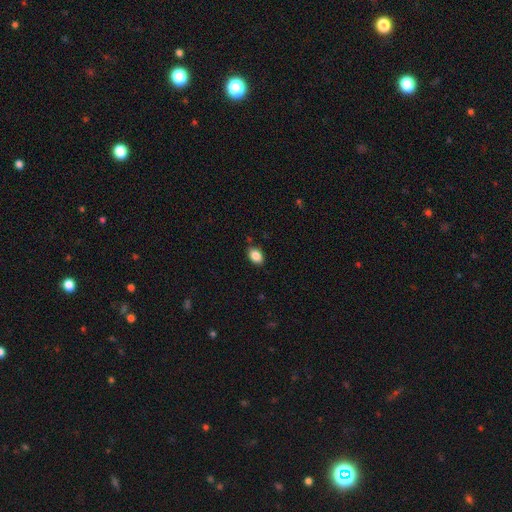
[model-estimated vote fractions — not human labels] This is clearly a smooth galaxy (87%). How rounded: clearly in between (84%). Merging: clearly none (84%).